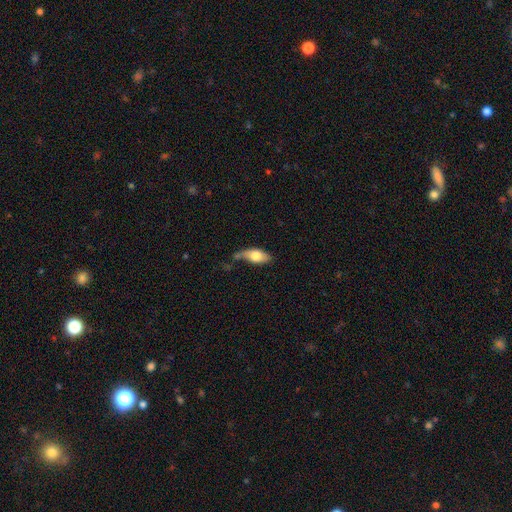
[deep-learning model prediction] A smooth galaxy with no disk features (70%) that is in between round and cigar-shaped (82%).

Vote fractions:
- Smooth or featured? smooth: 70% / featured or disk: 23% / star or artifact: 6%
- How rounded? in between: 82% / cigar-shaped: 14% / round: 4%
- Merging? none: 38% / minor disturbance: 33% / major disturbance: 18% / merger: 11%